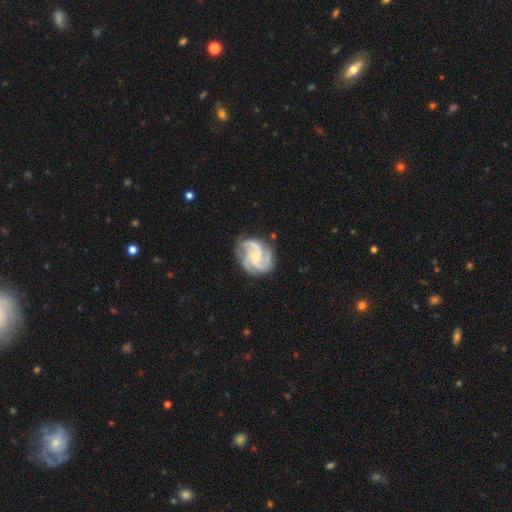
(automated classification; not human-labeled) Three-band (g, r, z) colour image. It shows a featured or disk galaxy (90%) with no bar (60%), 3 (60%) medium (50%) spiral arms (98%) and a small central bulge (62%). Merging: none (77%).